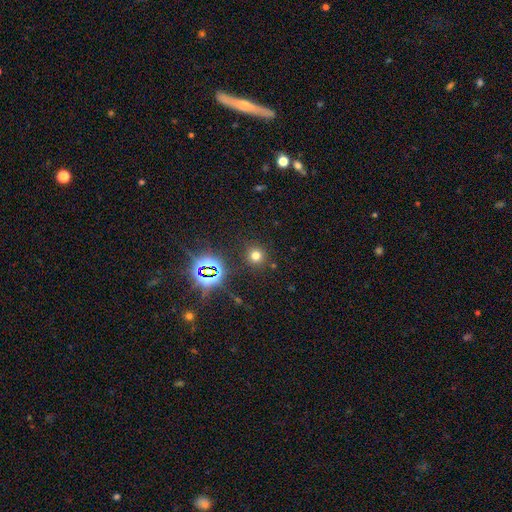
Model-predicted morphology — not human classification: This appears to be a smooth galaxy with no disk features (66%) that is round (92%). Merging: none (88%).